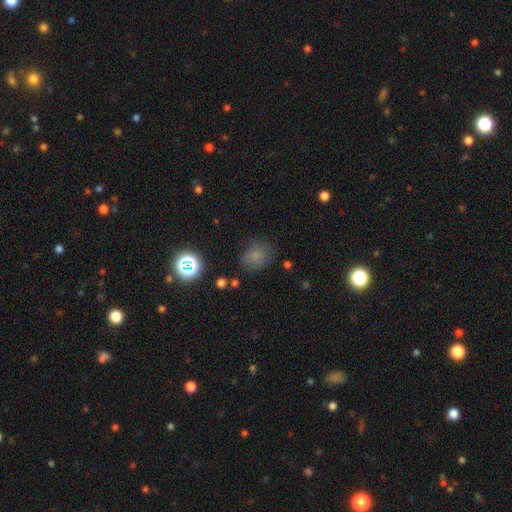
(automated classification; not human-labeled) Q: Smooth or featured?
A: smooth (72%); runner-up: star or artifact (19%)
Q: How rounded?
A: round (55%); runner-up: in between (44%)
Q: Merging?
A: none (72%); runner-up: minor disturbance (18%)